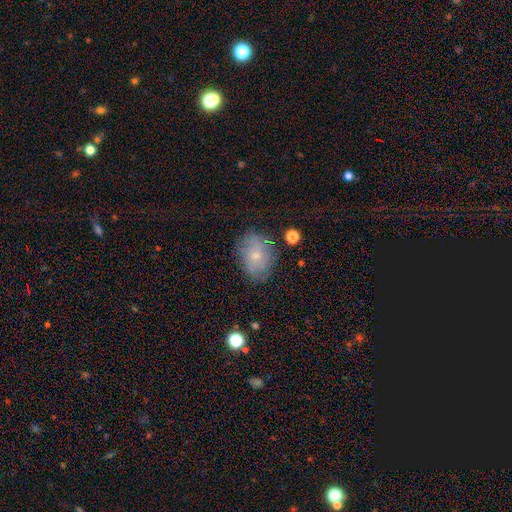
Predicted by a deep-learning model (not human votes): smooth_or_featured: smooth (p=0.63) [alt: featured or disk p=0.28]
how_rounded: in between (p=0.67) [alt: round p=0.32]
merging: none (p=0.76) [alt: minor disturbance p=0.17]